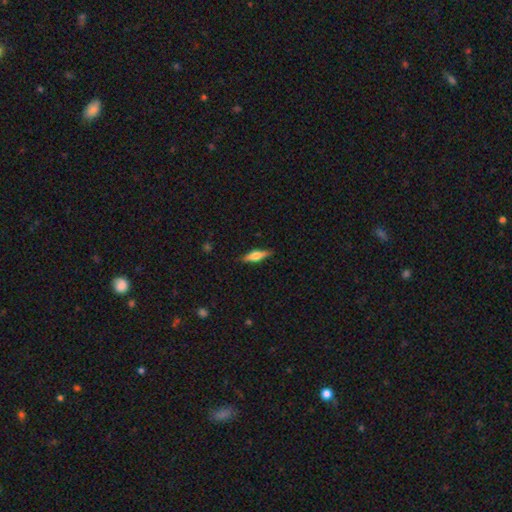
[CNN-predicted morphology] Smooth or featured? Predicted: featured or disk (p=0.54). Edge-on disk? Predicted: yes (p=0.95). Edge-on bulge? Predicted: rounded (p=0.88). Merging? Predicted: none (p=0.88).